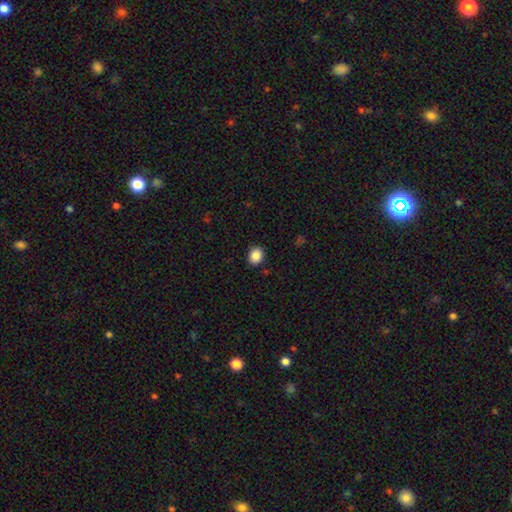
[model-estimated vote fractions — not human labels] Smooth or featured? Predicted: smooth (p=0.88). How rounded? Predicted: round (p=0.60). Merging? Predicted: none (p=0.90).